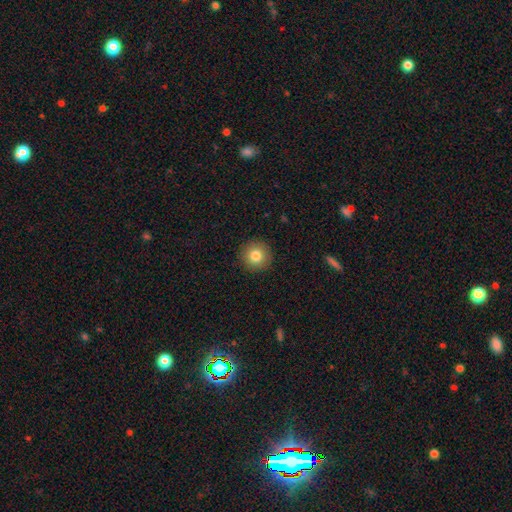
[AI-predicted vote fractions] A smooth galaxy with no disk features (82%) that is round (95%).

Vote fractions:
- Smooth or featured? smooth: 82% / star or artifact: 10% / featured or disk: 8%
- How rounded? round: 95% / in between: 4% / cigar-shaped: 1%
- Merging? none: 92% / minor disturbance: 5% / major disturbance: 2% / merger: 1%